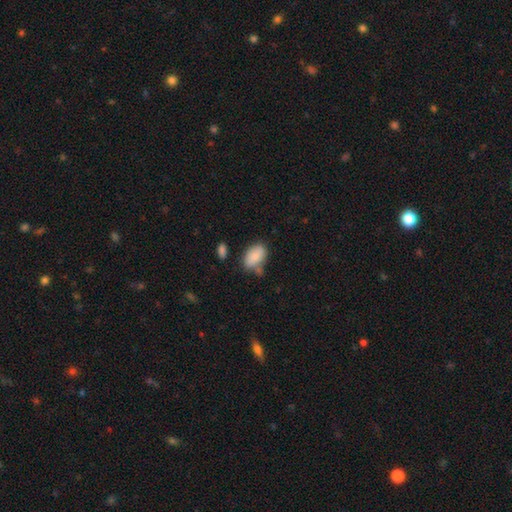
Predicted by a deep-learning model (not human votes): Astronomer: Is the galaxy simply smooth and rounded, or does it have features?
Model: smooth — 86%.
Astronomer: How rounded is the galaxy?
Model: in between — 92%.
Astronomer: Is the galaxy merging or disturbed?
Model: none — 59%.